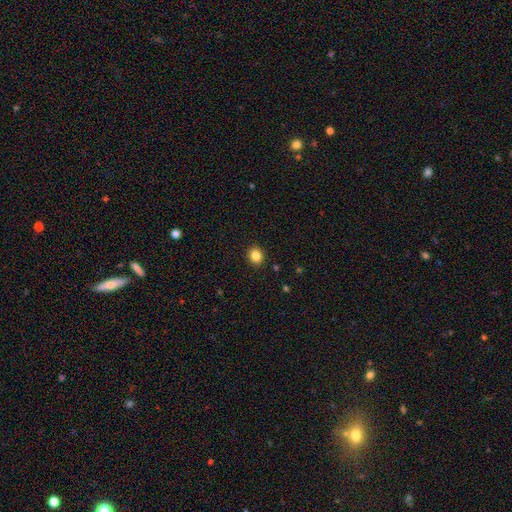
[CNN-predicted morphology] This is clearly a smooth galaxy (85%). How rounded: likely round (72%). Merging: clearly none (92%).